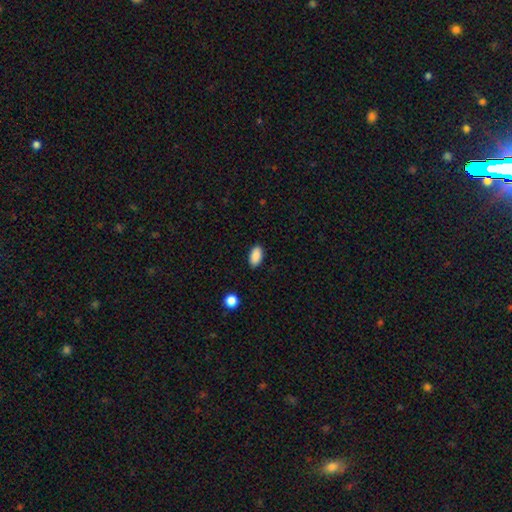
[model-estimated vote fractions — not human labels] The model was most divided on "merging": none: 88%, minor disturbance: 9%, major disturbance: 2%, merger: 1%. More confident: how rounded — in between (94%); smooth or featured — smooth (89%).